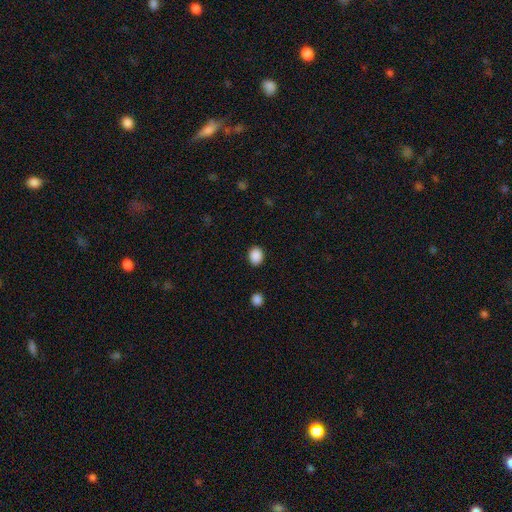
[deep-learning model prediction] smooth_or_featured: smooth (p=0.89) [alt: star or artifact p=0.09]
how_rounded: in between (p=0.54) [alt: round p=0.45]
merging: none (p=0.88) [alt: minor disturbance p=0.08]